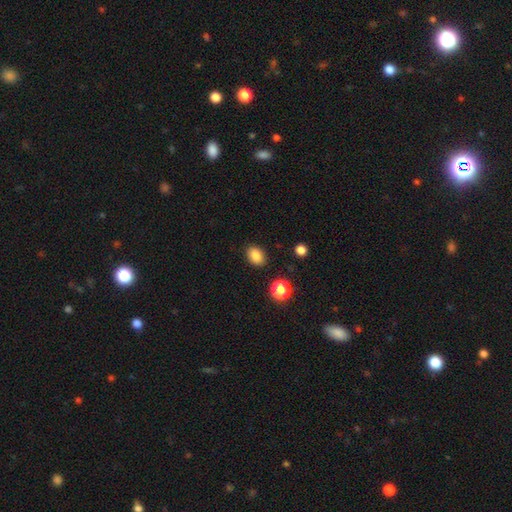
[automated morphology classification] Smooth or featured?
  - smooth: 86% *
  - star or artifact: 10%
  - featured or disk: 4%
How rounded?
  - in between: 73% *
  - round: 26%
  - cigar-shaped: 1%
Merging?
  - none: 87% *
  - minor disturbance: 9%
  - major disturbance: 3%
  - merger: 2%